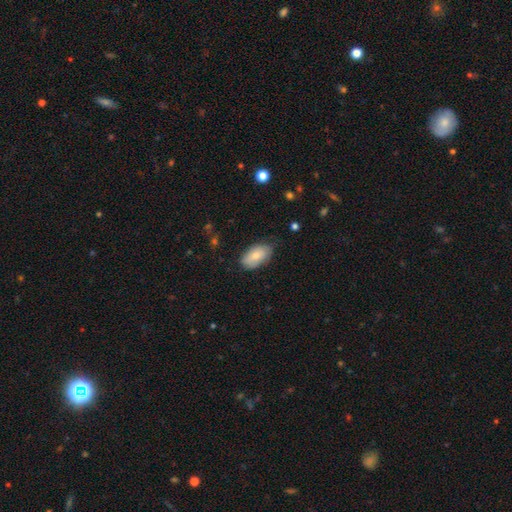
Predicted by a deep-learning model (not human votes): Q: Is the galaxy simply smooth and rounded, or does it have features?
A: smooth — 76%.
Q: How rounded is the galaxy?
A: in between — 94%.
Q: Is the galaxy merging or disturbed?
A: none — 72%.